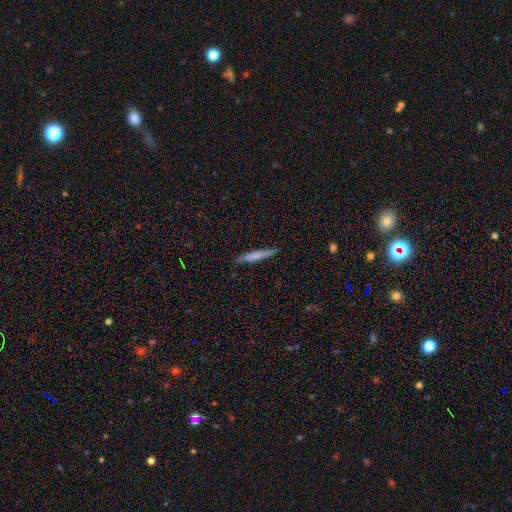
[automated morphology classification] A smooth galaxy with no disk features (59%) that is cigar-shaped (95%). Merging: none (87%).